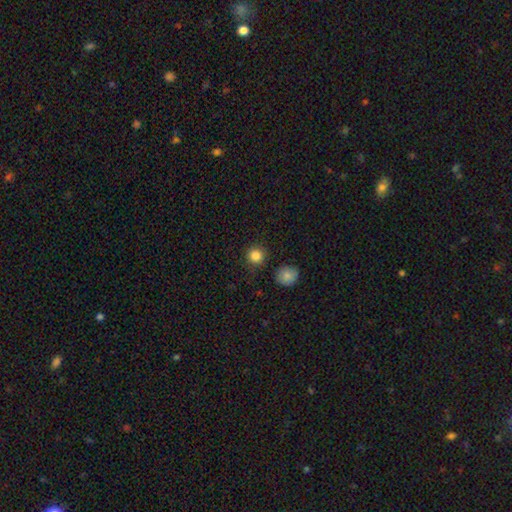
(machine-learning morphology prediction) Overall: smooth (84%). How rounded: round (92%). Merging: none (87%).